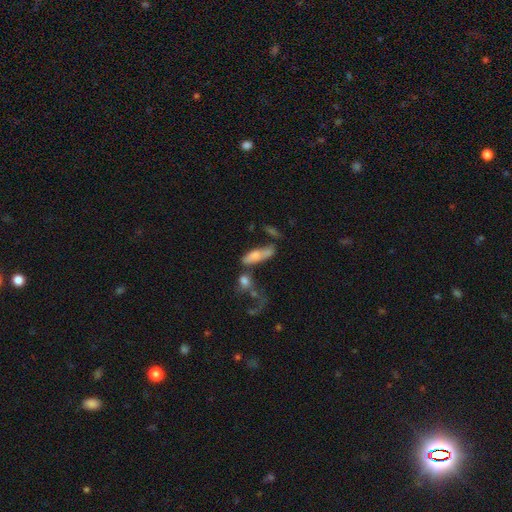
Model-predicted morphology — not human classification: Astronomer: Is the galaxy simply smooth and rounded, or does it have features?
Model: smooth — 65%.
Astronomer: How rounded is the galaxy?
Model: in between — 54% (runner-up: cigar-shaped, 42%).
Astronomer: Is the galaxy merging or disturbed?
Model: none — 33%, tied with merger at 33%.